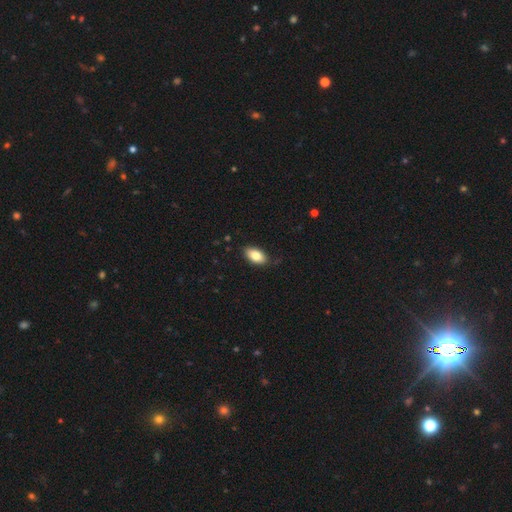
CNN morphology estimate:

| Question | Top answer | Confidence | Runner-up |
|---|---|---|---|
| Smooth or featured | smooth | 81% | featured or disk (12%) |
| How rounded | in between | 93% | round (5%) |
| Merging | none | 82% | minor disturbance (14%) |